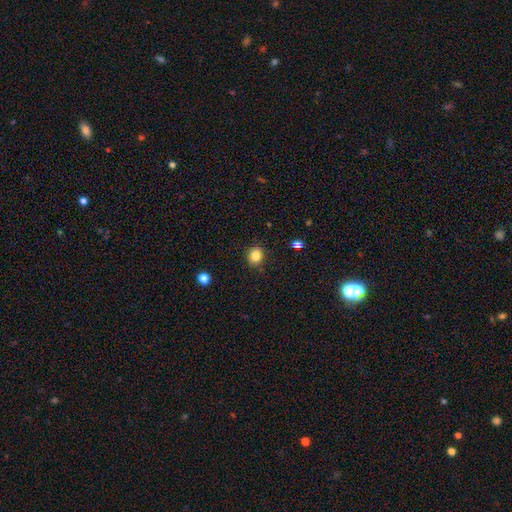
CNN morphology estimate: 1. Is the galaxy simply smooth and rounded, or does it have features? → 84% smooth, 11% star or artifact, 5% featured or disk.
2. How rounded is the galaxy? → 79% round, 20% in between, 1% cigar-shaped.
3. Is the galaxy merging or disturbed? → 88% none, 9% minor disturbance, 2% major disturbance, 1% merger.